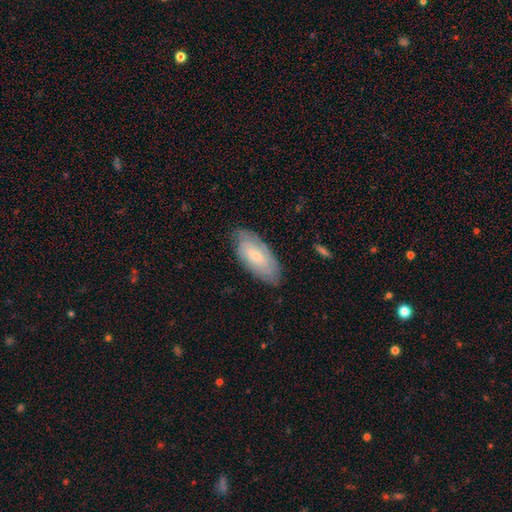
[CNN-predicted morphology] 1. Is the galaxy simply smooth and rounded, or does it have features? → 55% smooth, 39% featured or disk, 7% star or artifact.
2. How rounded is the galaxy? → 88% in between, 10% cigar-shaped, 2% round.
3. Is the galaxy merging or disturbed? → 77% none, 18% minor disturbance, 4% major disturbance, 1% merger.